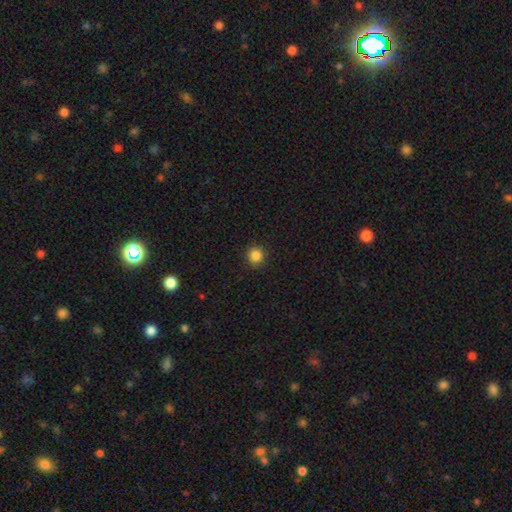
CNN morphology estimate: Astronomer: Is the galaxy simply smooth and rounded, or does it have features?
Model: smooth — 85%.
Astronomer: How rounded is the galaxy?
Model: round — 93%.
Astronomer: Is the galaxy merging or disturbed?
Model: none — 92%.